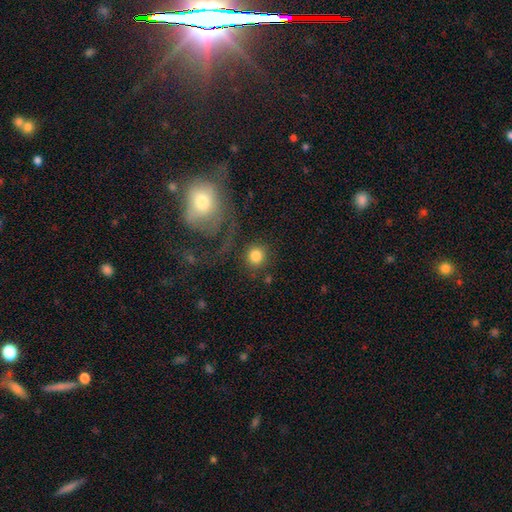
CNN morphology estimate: smooth 82%, star or artifact 9%, featured or disk 9%. Down the decision tree: how rounded — round (90%); merging — none (79%).